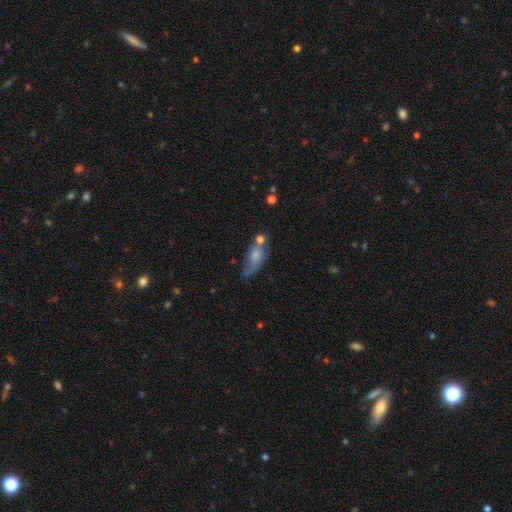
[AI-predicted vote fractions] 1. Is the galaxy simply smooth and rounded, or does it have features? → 61% smooth, 29% featured or disk, 10% star or artifact.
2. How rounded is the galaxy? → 74% in between, 17% cigar-shaped, 9% round.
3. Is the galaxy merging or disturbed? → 33% none, 27% minor disturbance, 22% major disturbance, 19% merger.